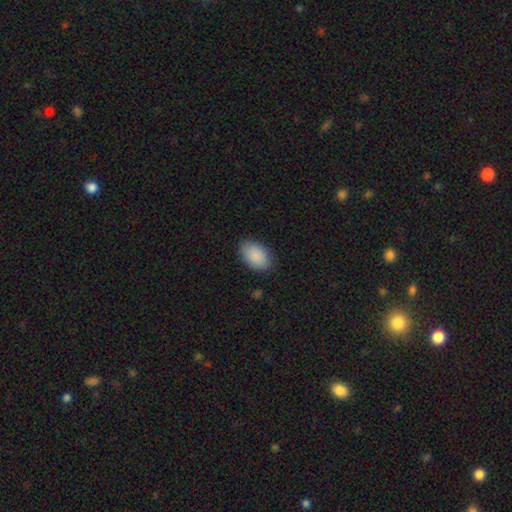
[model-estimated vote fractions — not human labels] Q: Smooth or featured?
A: smooth (90%); runner-up: star or artifact (6%)
Q: How rounded?
A: in between (92%); runner-up: round (7%)
Q: Merging?
A: none (85%); runner-up: minor disturbance (11%)